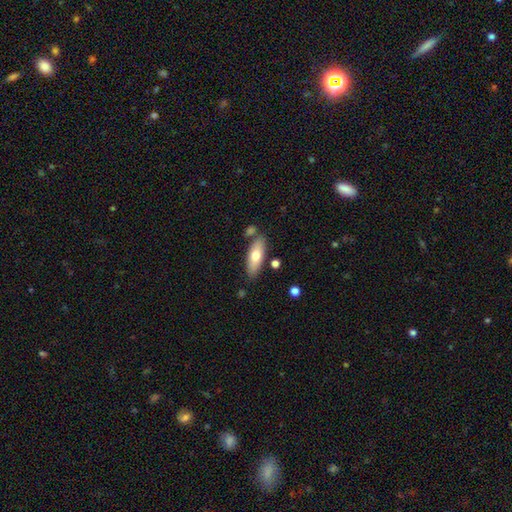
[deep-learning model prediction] Smooth or featured? Predicted: smooth (p=0.69). How rounded? Predicted: in between (p=0.68). Merging? Predicted: none (p=0.78).